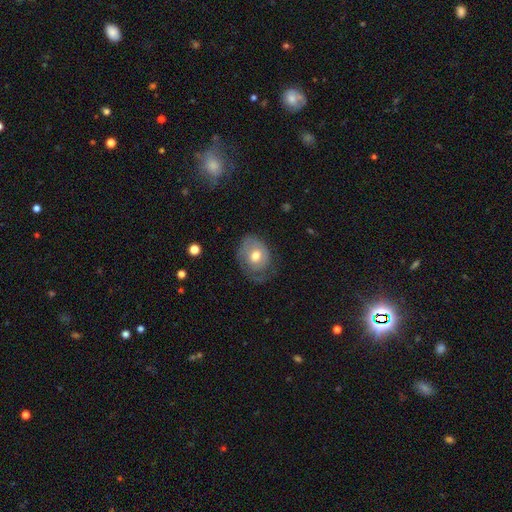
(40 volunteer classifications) Q: Smooth or featured?
A: featured or disk (62%); runner-up: smooth (32%)
Q: Edge-on disk?
A: no (88%); runner-up: yes (12%)
Q: Bar?
A: no (77%); runner-up: weak (18%)
Q: Spiral arms?
A: yes (73%); runner-up: no (27%)
Q: Spiral winding?
A: tight (62%); runner-up: medium (19%)
Q: Spiral arm count?
A: 1 (69%); runner-up: can't tell (25%)
Q: Bulge size?
A: moderate (73%); runner-up: large (14%)
Q: Merging?
A: none (66%); runner-up: minor disturbance (18%)